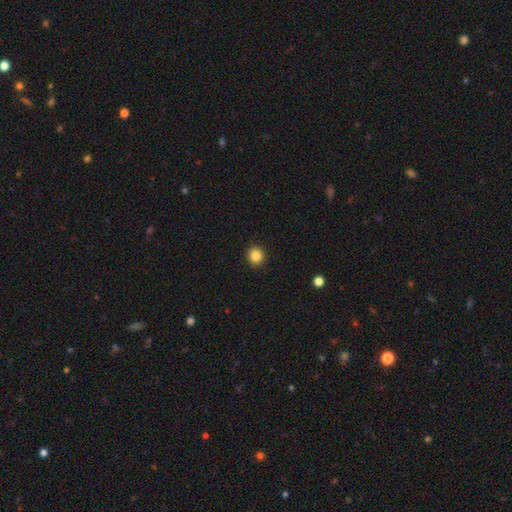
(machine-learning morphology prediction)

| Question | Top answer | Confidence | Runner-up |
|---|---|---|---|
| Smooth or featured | smooth | 85% | star or artifact (11%) |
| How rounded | round | 86% | in between (13%) |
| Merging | none | 92% | minor disturbance (6%) |